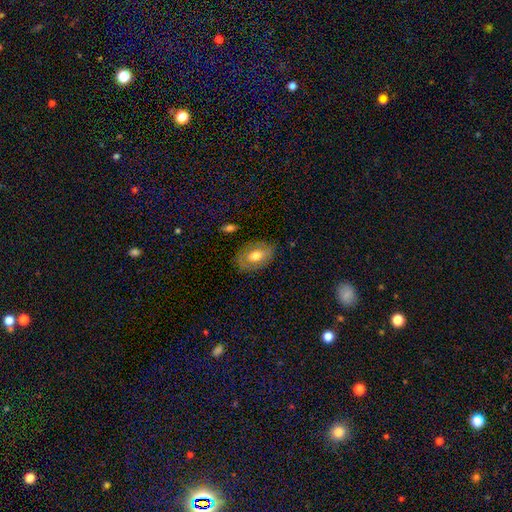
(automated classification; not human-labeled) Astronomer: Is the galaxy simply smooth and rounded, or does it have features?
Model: smooth — 54% (runner-up: featured or disk, 39%).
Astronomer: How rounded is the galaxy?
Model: in between — 85%.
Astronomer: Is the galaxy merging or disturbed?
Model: none — 75%.